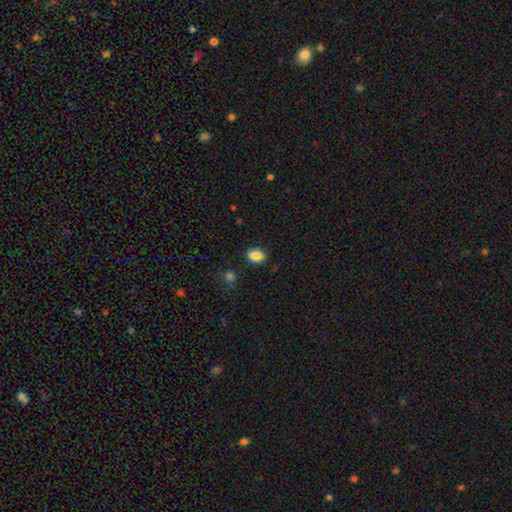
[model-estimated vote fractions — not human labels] A smooth galaxy with no disk features (87%) that is in between round and cigar-shaped (71%).

Vote fractions:
- Smooth or featured? smooth: 87% / star or artifact: 9% / featured or disk: 4%
- How rounded? in between: 71% / round: 27% / cigar-shaped: 1%
- Merging? none: 80% / minor disturbance: 14% / major disturbance: 3% / merger: 2%